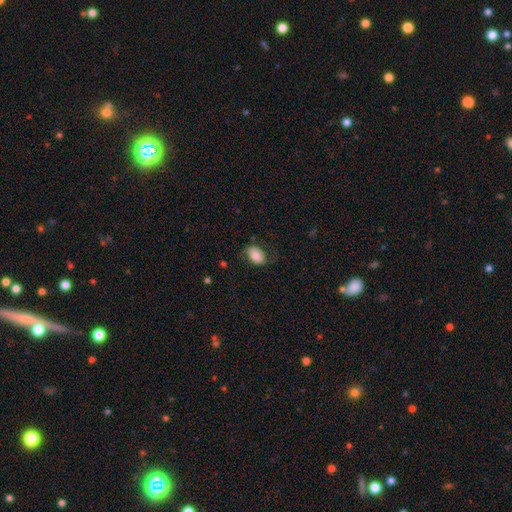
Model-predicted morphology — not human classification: smooth 76%, featured or disk 16%, star or artifact 8%. Down the decision tree: how rounded — in between (87%); merging — none (67%).